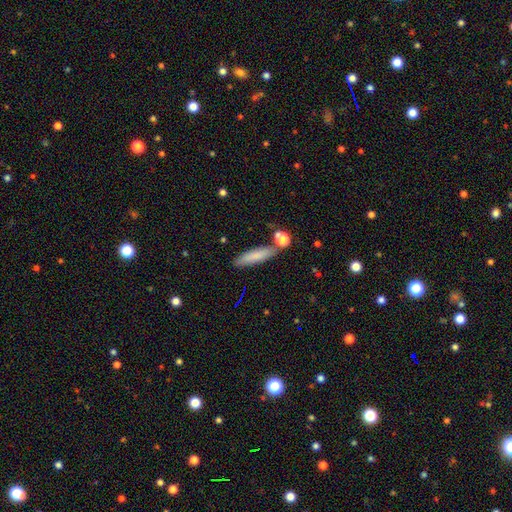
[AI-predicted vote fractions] This is likely a smooth galaxy (78%). How rounded: likely cigar-shaped (75%). Merging: likely none (76%).